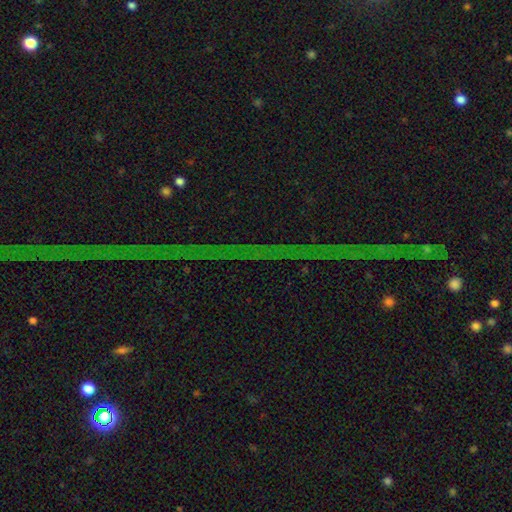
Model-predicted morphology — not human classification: smooth-or-featured: star or artifact: 80% | featured or disk: 12% | smooth: 8%